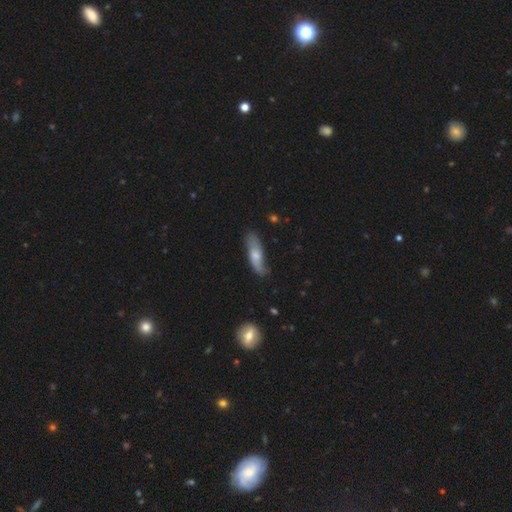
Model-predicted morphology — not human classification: This appears to be a smooth galaxy with no disk features (59%) that is cigar-shaped (51%). Merging: none (67%).